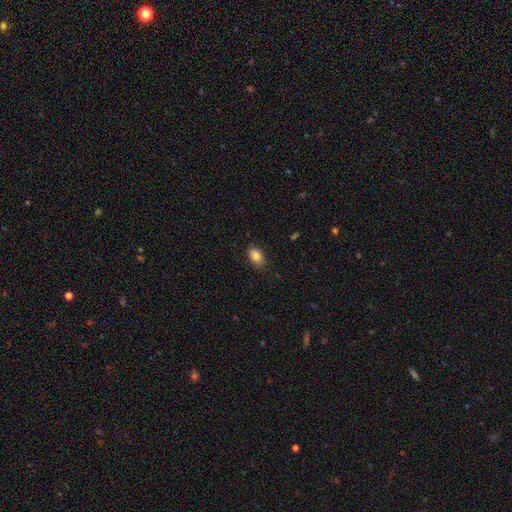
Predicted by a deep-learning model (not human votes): A smooth galaxy with no disk features (86%) that is in between round and cigar-shaped (90%). Merging: none (85%).